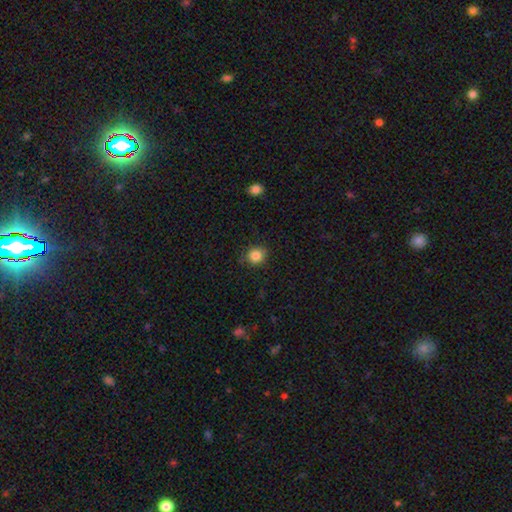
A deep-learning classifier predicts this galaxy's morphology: Smooth or featured: smooth — 85% (star or artifact — 11%)
How rounded: round — 85% (in between — 14%)
Merging: none — 85% (minor disturbance — 12%)